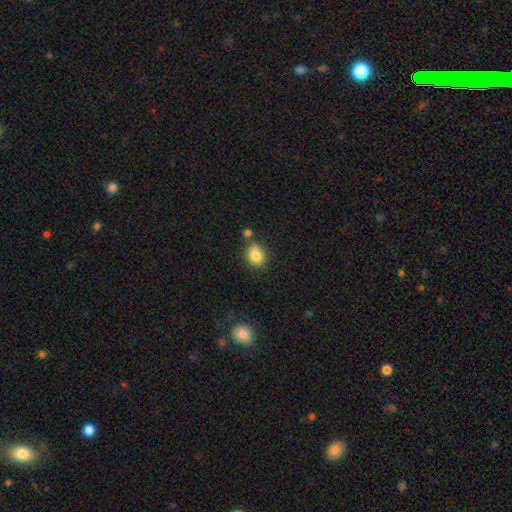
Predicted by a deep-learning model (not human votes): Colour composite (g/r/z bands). It shows a smooth galaxy with no disk features (82%) that is round (53%). Merging: none (64%).